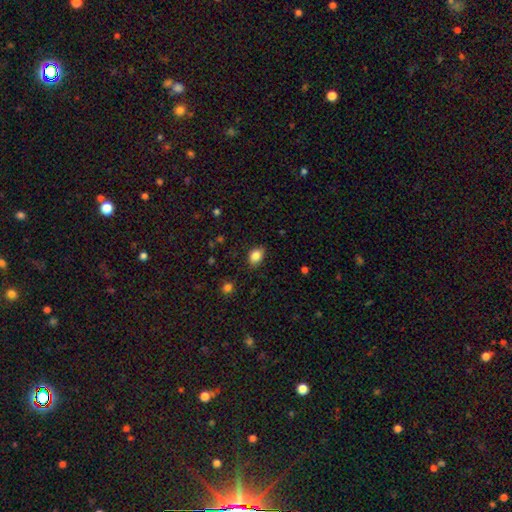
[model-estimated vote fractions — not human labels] smooth_or_featured: smooth (p=0.85) [alt: star or artifact p=0.10]
how_rounded: in between (p=0.69) [alt: round p=0.30]
merging: none (p=0.81) [alt: minor disturbance p=0.15]